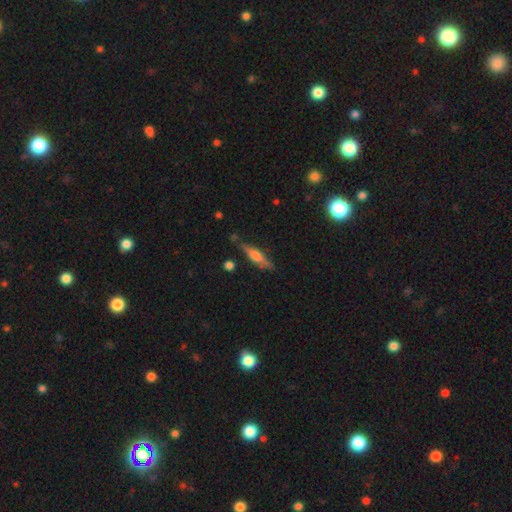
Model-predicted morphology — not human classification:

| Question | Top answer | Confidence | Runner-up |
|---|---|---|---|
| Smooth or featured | featured or disk | 51% | smooth (42%) |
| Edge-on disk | yes | 92% | no (8%) |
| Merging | none | 78% | minor disturbance (15%) |